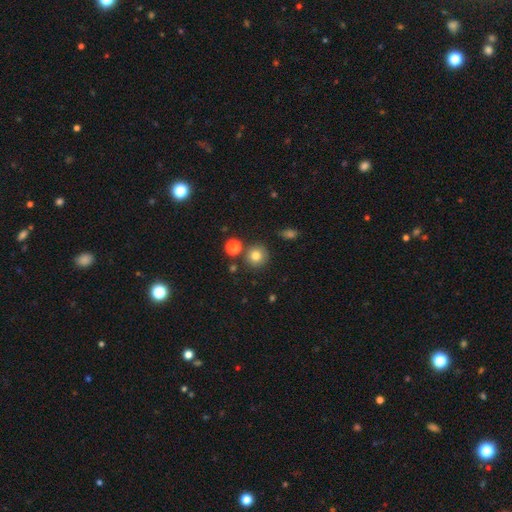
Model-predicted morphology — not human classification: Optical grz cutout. It shows a smooth galaxy with no disk features (79%) that is round (92%). Merging: none (82%).